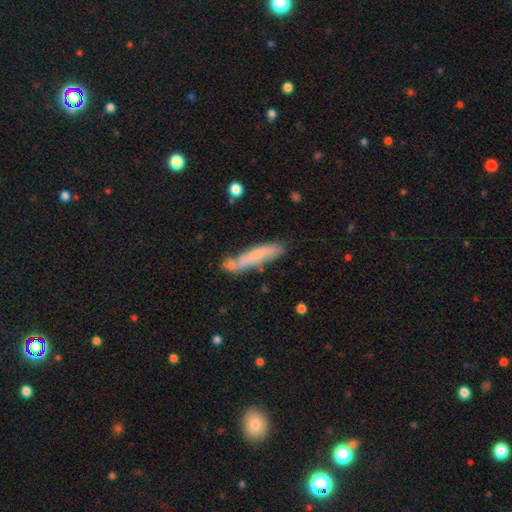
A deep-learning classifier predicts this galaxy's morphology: The model was most divided on "smooth or featured": smooth: 64%, featured or disk: 29%, star or artifact: 7%. More confident: how rounded — cigar-shaped (82%); merging — none (58%).